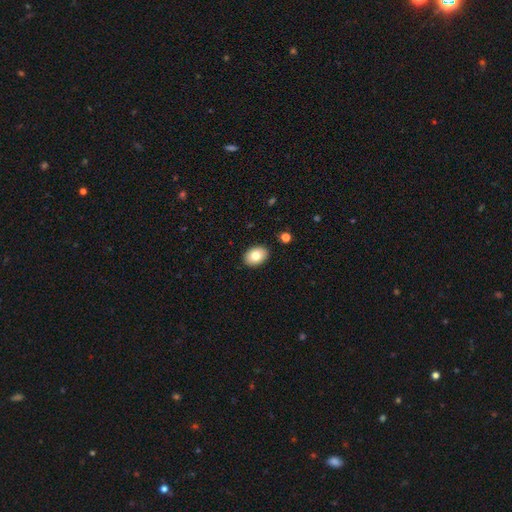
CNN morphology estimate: Smooth or featured: smooth — 79% (featured or disk — 13%)
How rounded: in between — 79% (round — 20%)
Merging: none — 90% (minor disturbance — 7%)